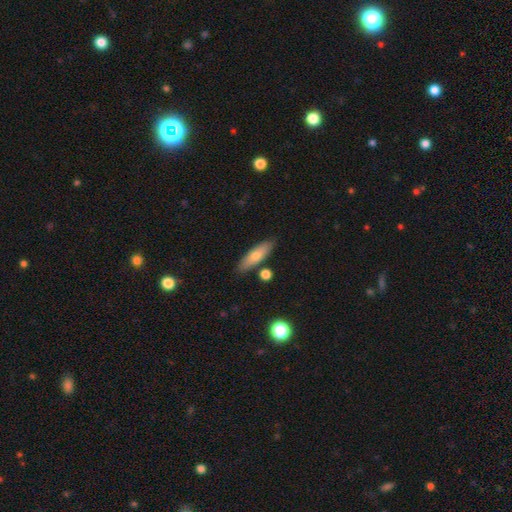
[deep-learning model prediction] Smooth or featured? Predicted: smooth (p=0.70). How rounded? Predicted: cigar-shaped (p=0.51). Merging? Predicted: none (p=0.81).